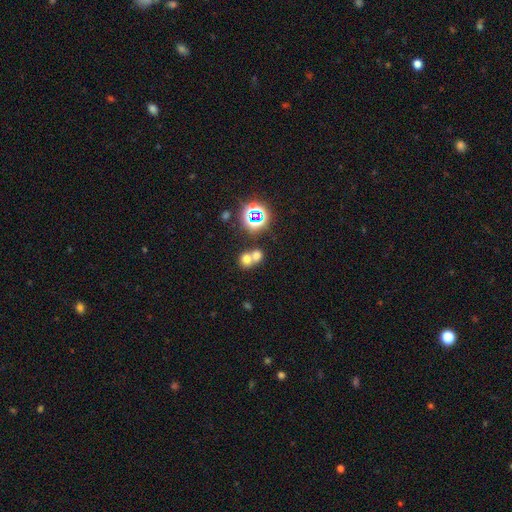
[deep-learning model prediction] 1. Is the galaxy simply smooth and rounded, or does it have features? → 64% smooth, 24% star or artifact, 13% featured or disk.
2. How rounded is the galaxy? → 74% round, 24% in between, 1% cigar-shaped.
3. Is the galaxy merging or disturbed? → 55% merger, 36% none, 5% minor disturbance, 3% major disturbance.